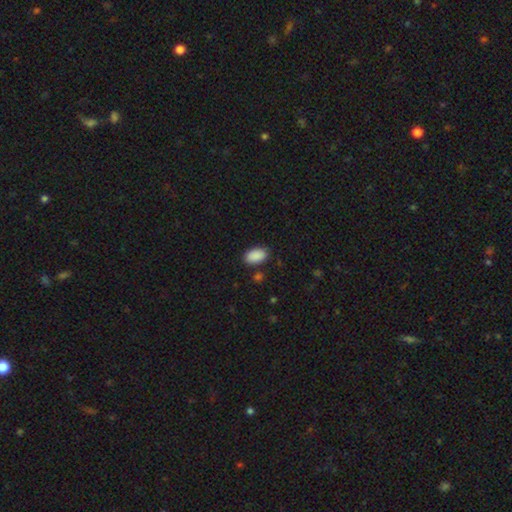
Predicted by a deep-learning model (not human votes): Smooth or featured?
  - smooth: 90% *
  - star or artifact: 7%
  - featured or disk: 3%
How rounded?
  - in between: 94% *
  - round: 5%
  - cigar-shaped: 2%
Merging?
  - none: 86% *
  - minor disturbance: 10%
  - major disturbance: 2%
  - merger: 2%